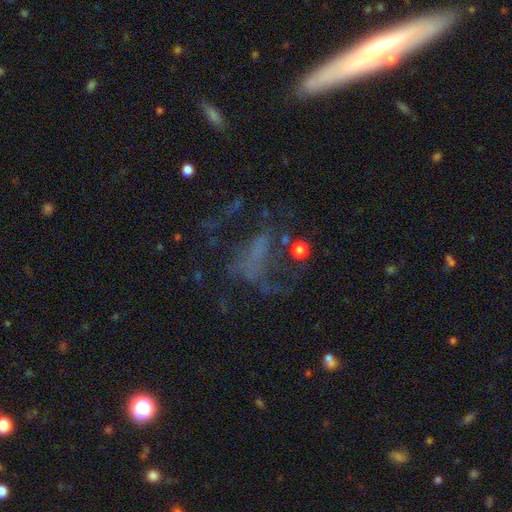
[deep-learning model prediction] Overall: featured or disk (50%; star or artifact 28%). Merging: none (39%, tied with major disturbance).